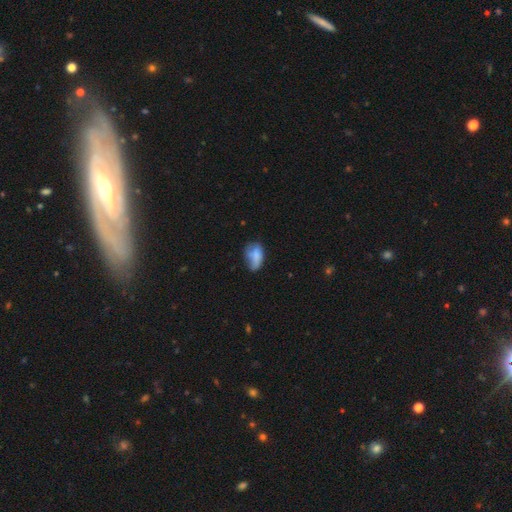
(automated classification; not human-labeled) Smooth or featured?
  - smooth: 71% *
  - featured or disk: 20%
  - star or artifact: 9%
How rounded?
  - in between: 88% *
  - round: 8%
  - cigar-shaped: 4%
Merging?
  - minor disturbance: 37% *
  - none: 36%
  - major disturbance: 22%
  - merger: 5%